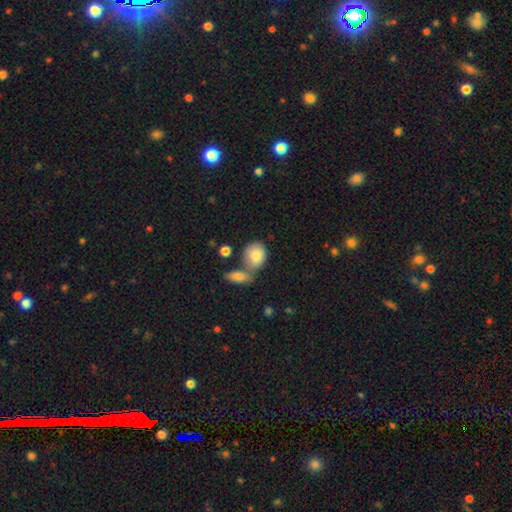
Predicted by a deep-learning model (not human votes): smooth 82%, featured or disk 11%, star or artifact 7%. Down the decision tree: how rounded — in between (58%); merging — none (44%).